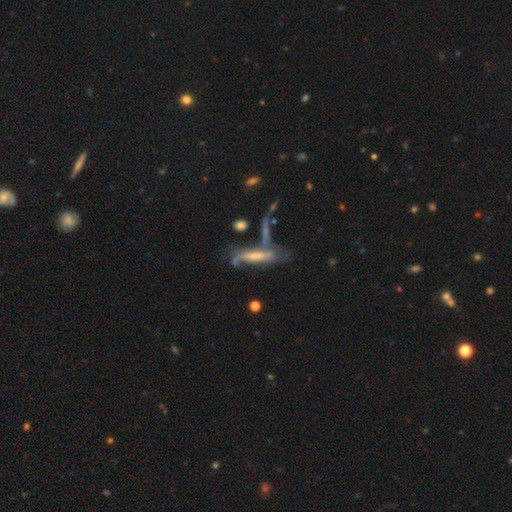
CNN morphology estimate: This appears to be a featured or disk galaxy (49%). Merging: none (33%).